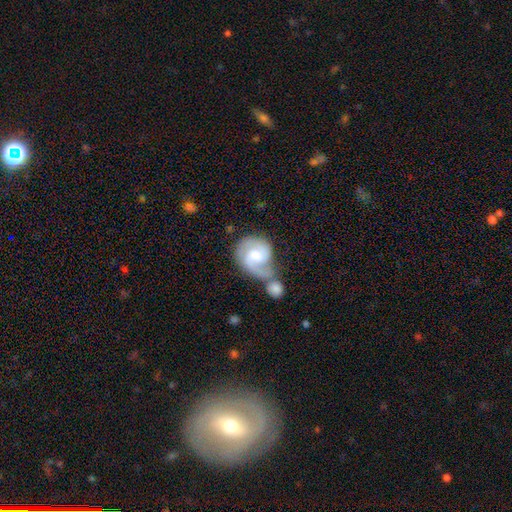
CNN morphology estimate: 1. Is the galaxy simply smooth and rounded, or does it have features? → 76% featured or disk, 18% smooth, 5% star or artifact.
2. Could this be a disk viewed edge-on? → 98% no, 2% yes.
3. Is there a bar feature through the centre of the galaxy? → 55% no, 39% weak, 6% strong.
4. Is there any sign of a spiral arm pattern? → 94% yes, 6% no.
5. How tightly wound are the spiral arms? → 47% medium, 37% tight, 16% loose.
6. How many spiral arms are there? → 75% 2, 9% can't tell, 7% 3, 6% 1, 2% 4, 2% more than 4.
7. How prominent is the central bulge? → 62% moderate, 23% small, 10% large, 3% none, 1% dominant.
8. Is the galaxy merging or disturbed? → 48% merger, 26% none, 14% minor disturbance, 11% major disturbance.